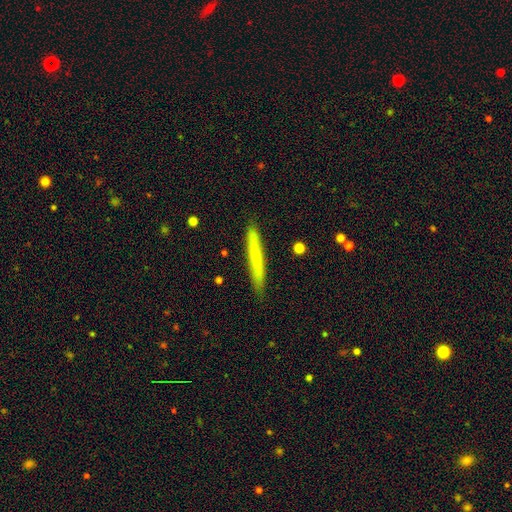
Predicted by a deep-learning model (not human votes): This appears to be a smooth galaxy with no disk features (67%) that is cigar-shaped (97%). Merging: none (86%).